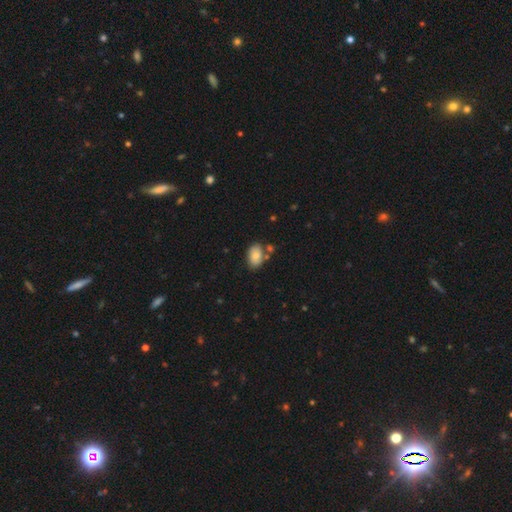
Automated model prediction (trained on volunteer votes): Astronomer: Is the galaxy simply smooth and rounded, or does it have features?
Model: smooth — 81%.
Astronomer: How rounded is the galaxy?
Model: in between — 88%.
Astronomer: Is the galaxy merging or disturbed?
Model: none — 66%.